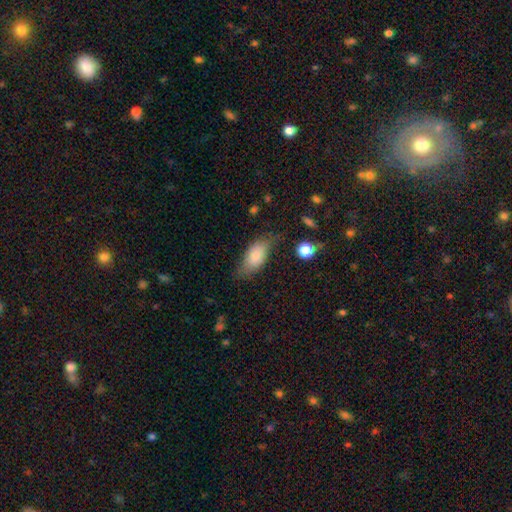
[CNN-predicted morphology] This appears to be a smooth galaxy with no disk features (77%) that is in between round and cigar-shaped (88%). Merging: none (56%).